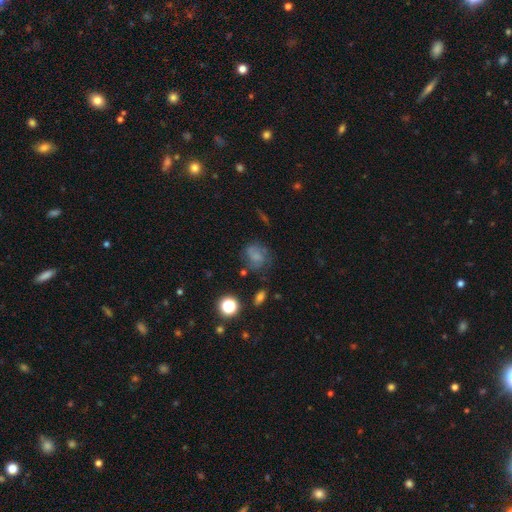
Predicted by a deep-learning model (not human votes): smooth-or-featured: smooth: 58% | featured or disk: 26% | star or artifact: 16%
  how-rounded: round: 54% | in between: 44% | cigar-shaped: 1%
  merging: none: 51% | minor disturbance: 25% | major disturbance: 19% | merger: 5%